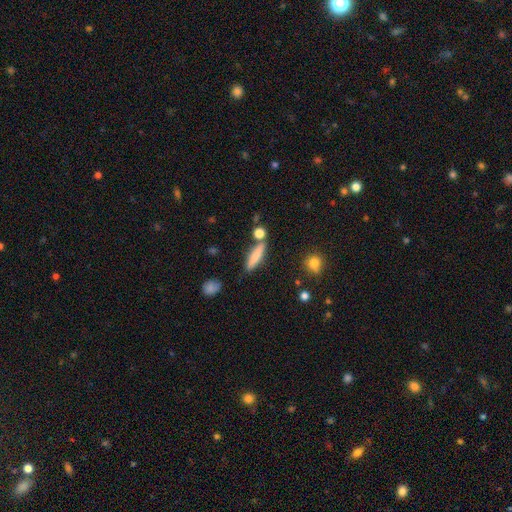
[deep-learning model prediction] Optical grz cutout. It shows a smooth galaxy with no disk features (77%) that is cigar-shaped (77%). Merging: none (74%).